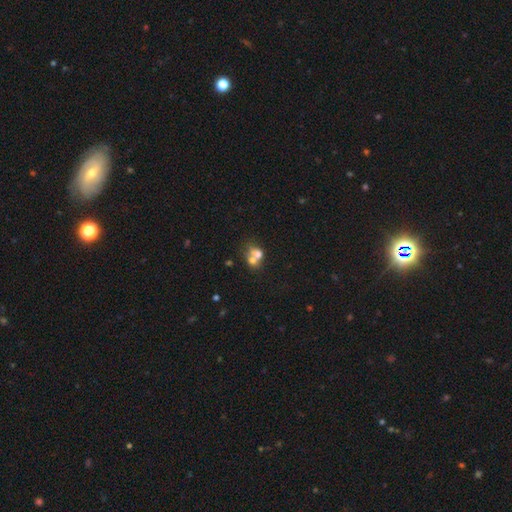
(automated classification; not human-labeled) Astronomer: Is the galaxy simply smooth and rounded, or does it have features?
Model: smooth — 61%.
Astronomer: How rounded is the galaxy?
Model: round — 60% (runner-up: in between, 39%).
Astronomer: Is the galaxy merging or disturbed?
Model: merger — 62%.